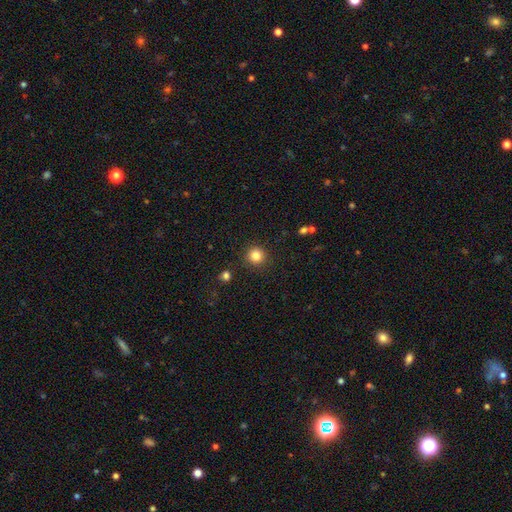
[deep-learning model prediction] This is clearly a smooth galaxy (84%). How rounded: clearly round (95%). Merging: clearly none (91%).